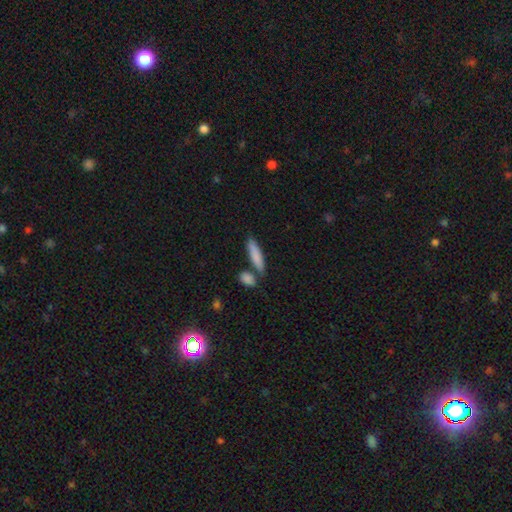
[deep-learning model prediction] Q: Smooth or featured?
A: smooth (84%); runner-up: featured or disk (10%)
Q: How rounded?
A: cigar-shaped (66%); runner-up: in between (31%)
Q: Merging?
A: none (72%); runner-up: merger (13%)